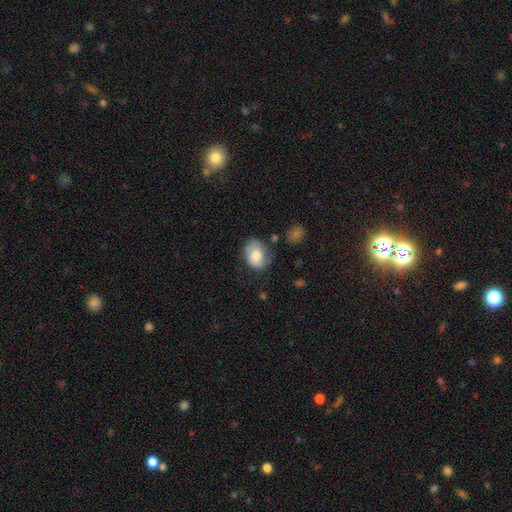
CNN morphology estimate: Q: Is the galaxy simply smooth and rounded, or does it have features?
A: smooth — 72%.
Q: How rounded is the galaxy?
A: in between — 69%.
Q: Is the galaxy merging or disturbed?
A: none — 56%.